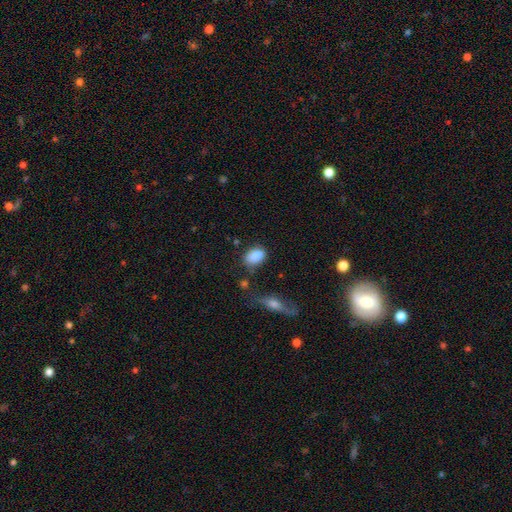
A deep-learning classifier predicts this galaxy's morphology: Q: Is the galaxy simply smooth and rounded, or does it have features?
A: smooth — 86%.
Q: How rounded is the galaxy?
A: in between — 83%.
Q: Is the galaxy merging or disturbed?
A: none — 63%.